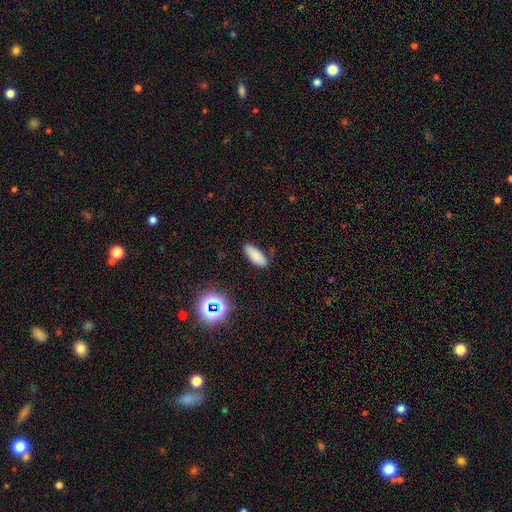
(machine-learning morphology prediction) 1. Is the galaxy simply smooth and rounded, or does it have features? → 83% smooth, 11% star or artifact, 6% featured or disk.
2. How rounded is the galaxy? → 73% in between, 24% cigar-shaped, 3% round.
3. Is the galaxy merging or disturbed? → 83% none, 12% minor disturbance, 3% major disturbance, 2% merger.